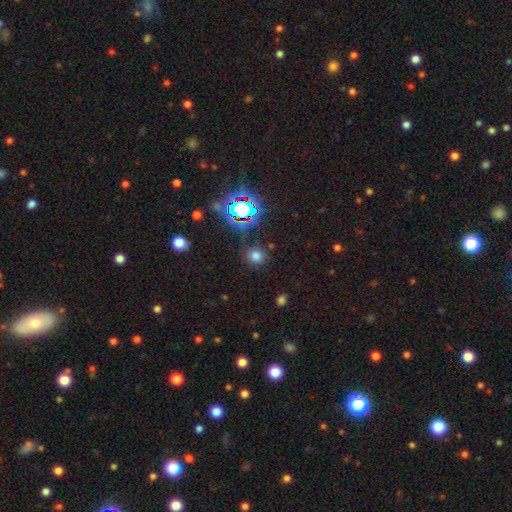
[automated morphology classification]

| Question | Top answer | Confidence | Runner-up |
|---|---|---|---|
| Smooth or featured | smooth | 67% | star or artifact (27%) |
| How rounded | round | 87% | in between (12%) |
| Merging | none | 83% | minor disturbance (10%) |